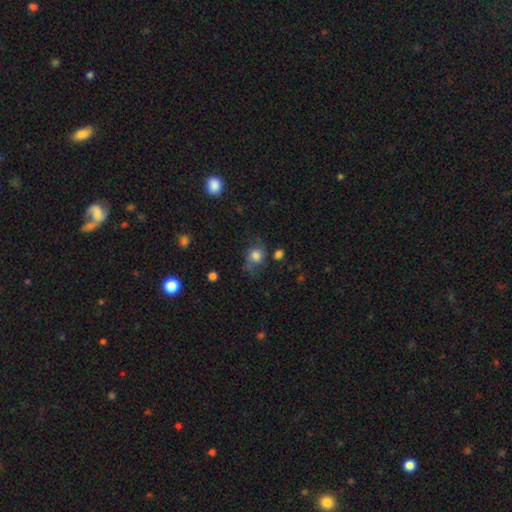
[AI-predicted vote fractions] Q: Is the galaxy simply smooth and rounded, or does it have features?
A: smooth — 65%.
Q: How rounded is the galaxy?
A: round — 69%.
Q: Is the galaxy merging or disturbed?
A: none — 54%.